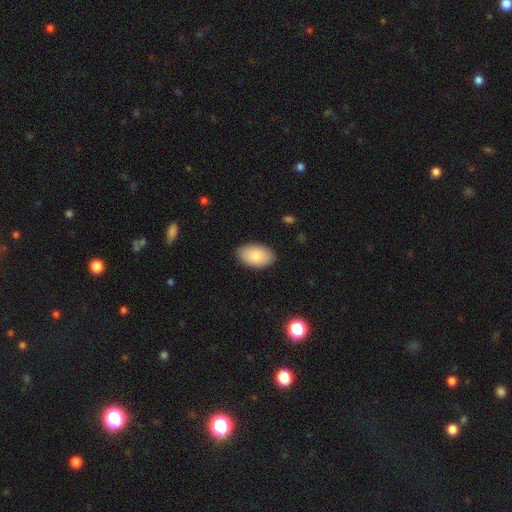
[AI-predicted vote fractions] Overall: smooth (84%). How rounded: in between (93%). Merging: none (87%).